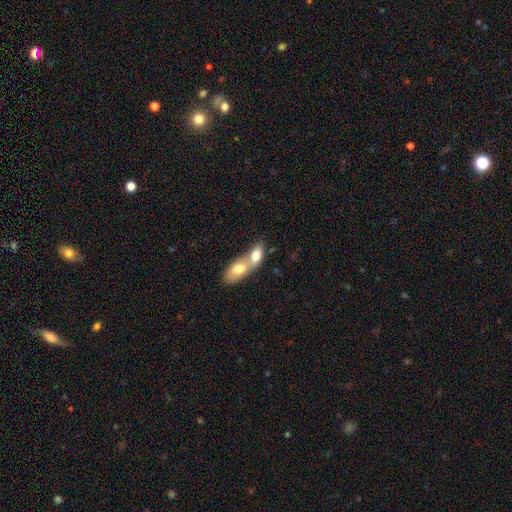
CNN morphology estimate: smooth_or_featured: smooth (p=0.73) [alt: featured or disk p=0.21]
how_rounded: in between (p=0.83) [alt: round p=0.09]
merging: merger (p=0.78) [alt: none p=0.15]